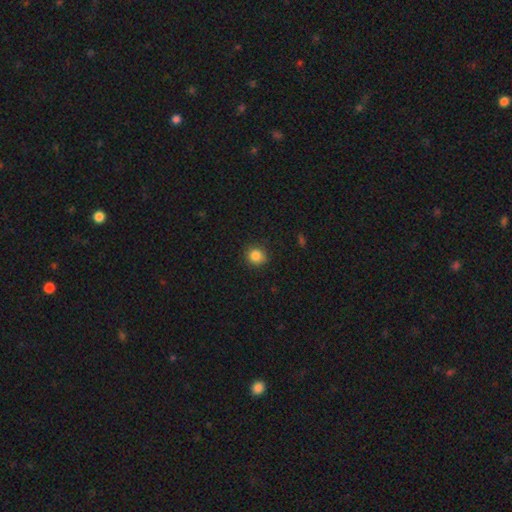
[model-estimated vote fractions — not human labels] This is clearly a smooth galaxy (86%). How rounded: clearly round (86%). Merging: clearly none (87%).